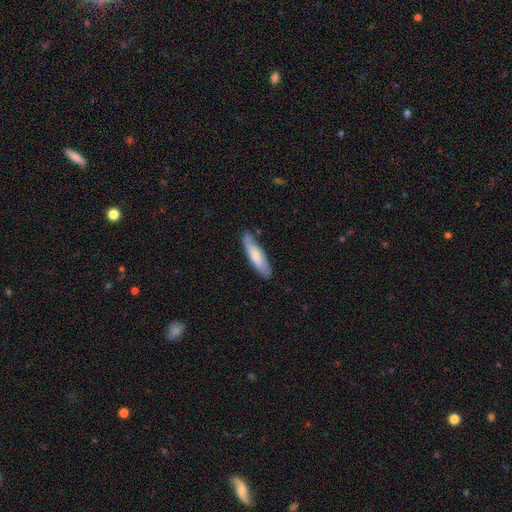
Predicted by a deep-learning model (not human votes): The model was most divided on "how rounded": cigar-shaped: 65%, in between: 33%, round: 1%. More confident: merging — none (73%); smooth or featured — smooth (66%).